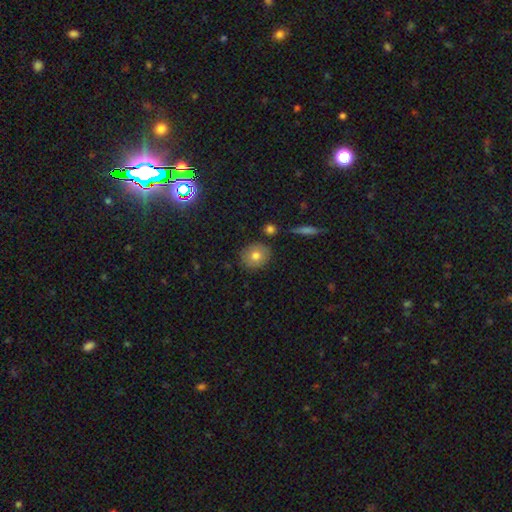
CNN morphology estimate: Smooth or featured: smooth — 76% (featured or disk — 15%)
How rounded: round — 78% (in between — 20%)
Merging: none — 85% (minor disturbance — 9%)